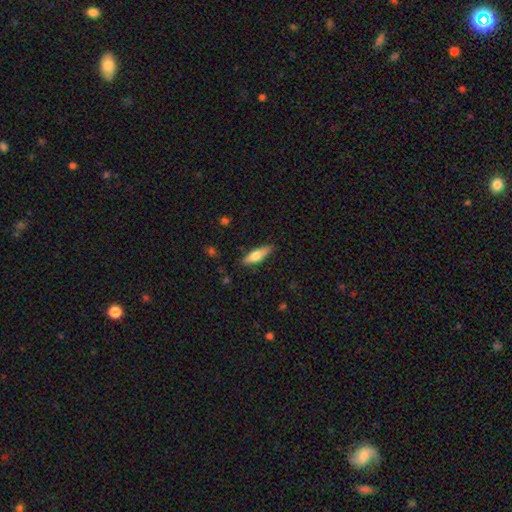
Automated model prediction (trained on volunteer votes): A smooth galaxy with no disk features (66%) that is cigar-shaped (54%).

Vote fractions:
- Smooth or featured? smooth: 66% / featured or disk: 28% / star or artifact: 6%
- How rounded? cigar-shaped: 54% / in between: 44% / round: 2%
- Merging? none: 85% / minor disturbance: 11% / major disturbance: 2% / merger: 1%